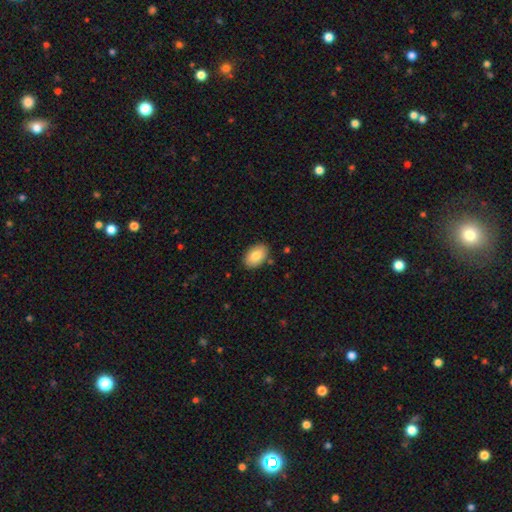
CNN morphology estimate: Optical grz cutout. It shows a smooth galaxy with no disk features (83%) that is in between round and cigar-shaped (91%). Merging: none (86%).